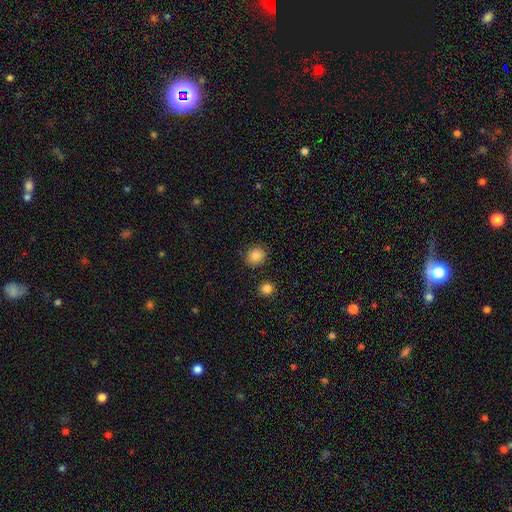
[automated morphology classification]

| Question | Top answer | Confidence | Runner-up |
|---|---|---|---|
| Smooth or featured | smooth | 85% | star or artifact (10%) |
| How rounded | round | 76% | in between (23%) |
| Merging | none | 85% | minor disturbance (9%) |